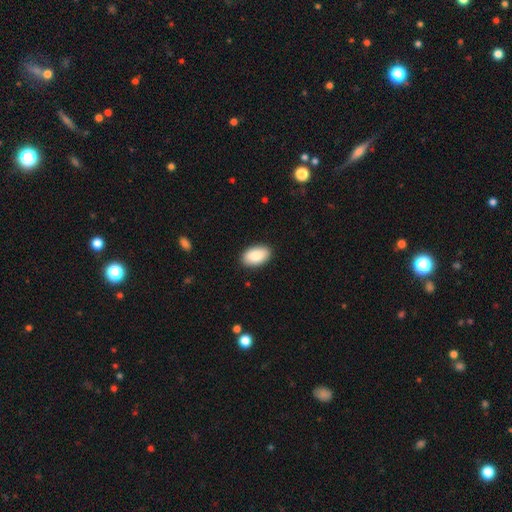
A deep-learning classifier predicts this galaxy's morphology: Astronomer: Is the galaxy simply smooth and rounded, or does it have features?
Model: smooth — 88%.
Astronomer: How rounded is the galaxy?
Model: in between — 94%.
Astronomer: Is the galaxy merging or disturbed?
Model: none — 89%.